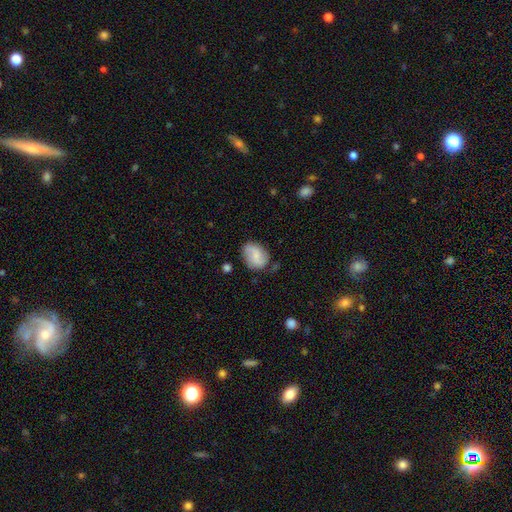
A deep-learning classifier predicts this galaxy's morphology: Smooth or featured? smooth (54%)
How rounded? in between (57%)
Merging? none (64%)